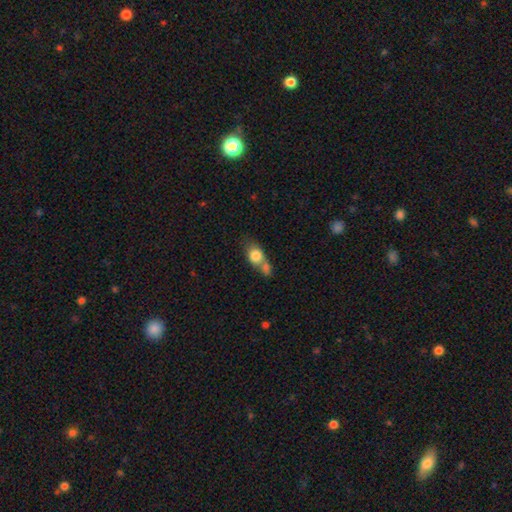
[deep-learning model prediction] Overall: smooth (77%). How rounded: in between (53%; round 42%). Merging: merger (58%; none 25%).